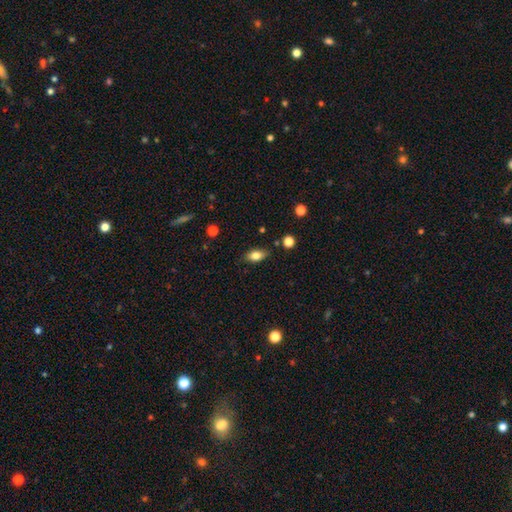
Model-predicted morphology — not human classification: This is likely a smooth galaxy (77%). How rounded: clearly in between (85%). Merging: clearly none (81%).